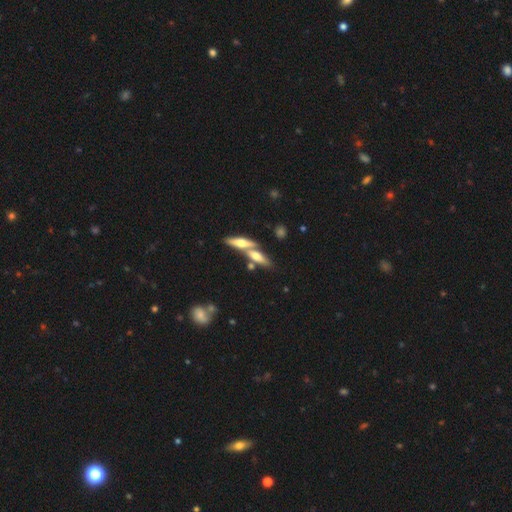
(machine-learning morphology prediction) Smooth or featured?
  - featured or disk: 48% *
  - smooth: 44%
  - star or artifact: 8%
Merging?
  - none: 46% *
  - merger: 41%
  - minor disturbance: 9%
  - major disturbance: 4%